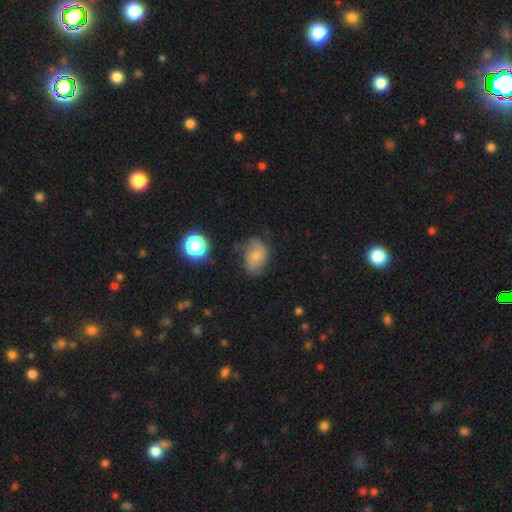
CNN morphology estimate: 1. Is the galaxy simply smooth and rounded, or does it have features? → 72% smooth, 17% featured or disk, 11% star or artifact.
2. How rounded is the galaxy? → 75% in between, 24% round, 1% cigar-shaped.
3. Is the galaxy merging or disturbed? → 58% none, 29% minor disturbance, 10% major disturbance, 3% merger.